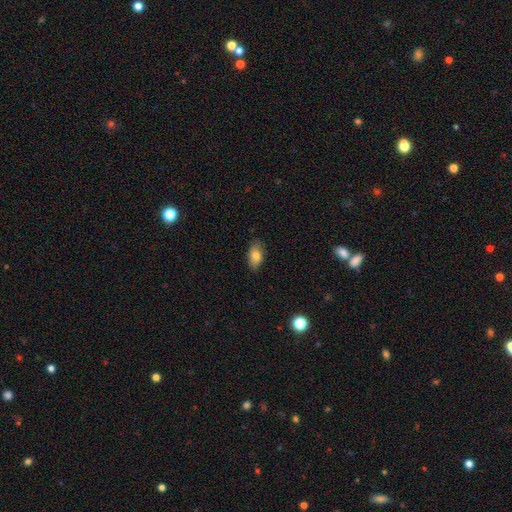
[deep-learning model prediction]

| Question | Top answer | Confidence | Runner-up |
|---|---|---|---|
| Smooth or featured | smooth | 79% | featured or disk (13%) |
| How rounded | in between | 91% | round (6%) |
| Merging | none | 81% | minor disturbance (15%) |